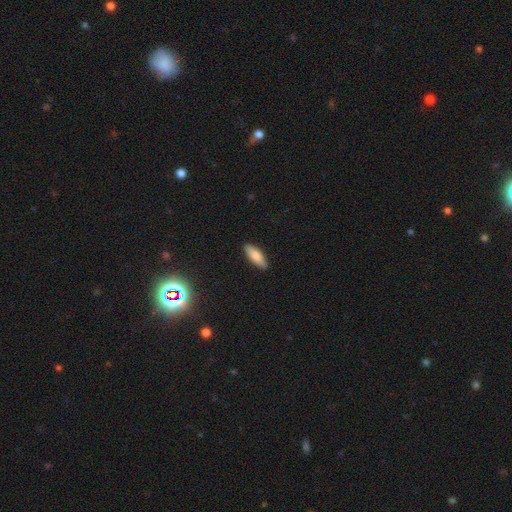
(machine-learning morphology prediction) Overall: smooth (80%). How rounded: in between (58%; cigar-shaped 41%). Merging: none (88%).